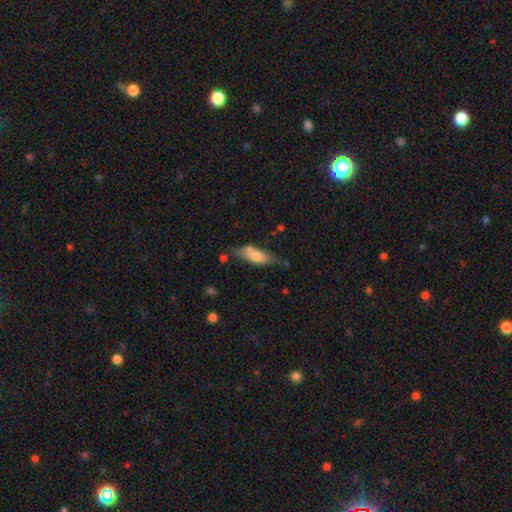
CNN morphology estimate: A smooth galaxy with no disk features (67%) that is in between round and cigar-shaped (66%). Merging: none (50%).